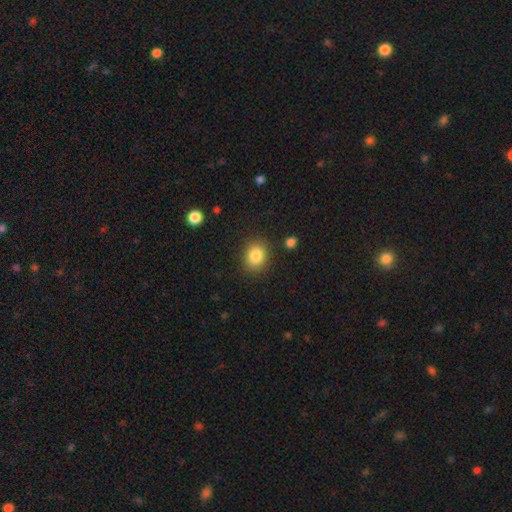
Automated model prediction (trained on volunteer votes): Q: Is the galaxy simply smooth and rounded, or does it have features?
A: smooth — 84%.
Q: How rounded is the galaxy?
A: round — 57%.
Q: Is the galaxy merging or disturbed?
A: none — 86%.